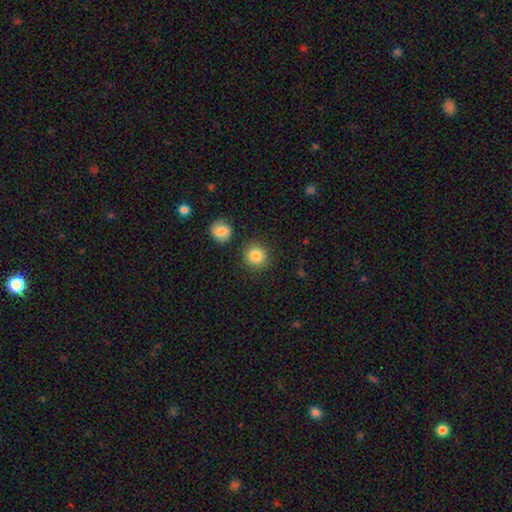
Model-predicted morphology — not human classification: The model was most divided on "merging": none: 84%, minor disturbance: 9%, merger: 4%, major disturbance: 3%. More confident: how rounded — round (91%); smooth or featured — smooth (85%).